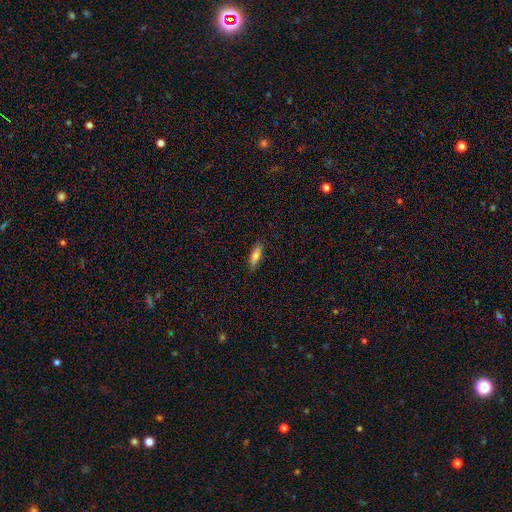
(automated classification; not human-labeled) Morphology: type=smooth (77%); roundness=in between (56%); merging=none (84%).